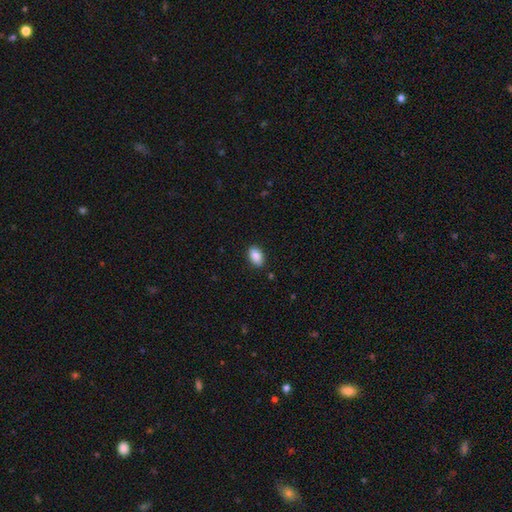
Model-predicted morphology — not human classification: A smooth galaxy with no disk features (88%) that is in between round and cigar-shaped (90%). Merging: none (87%).